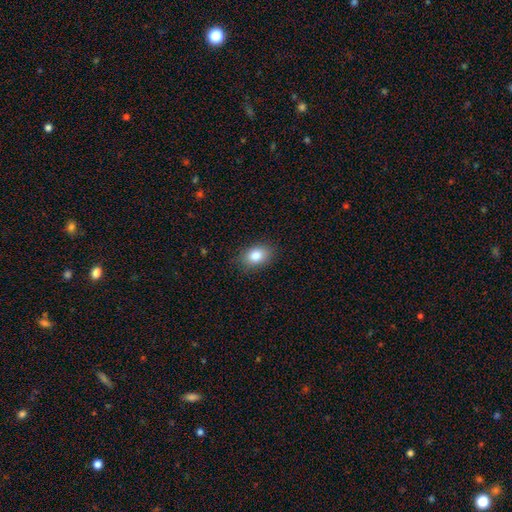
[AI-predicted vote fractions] This appears to be a smooth galaxy with no disk features (83%) that is in between round and cigar-shaped (80%). Merging: none (84%).